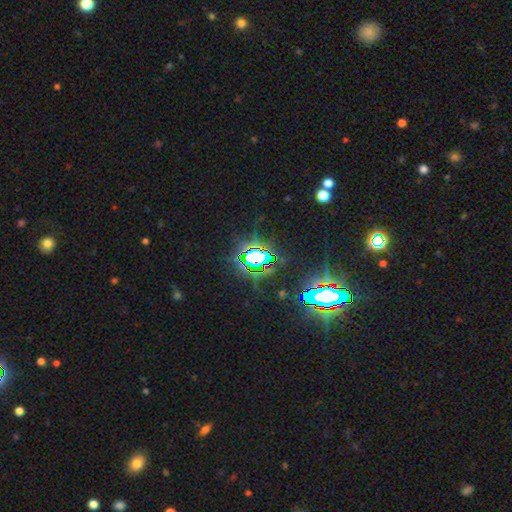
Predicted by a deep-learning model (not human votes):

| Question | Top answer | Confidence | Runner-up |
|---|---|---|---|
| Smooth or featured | star or artifact | 78% | smooth (12%) |